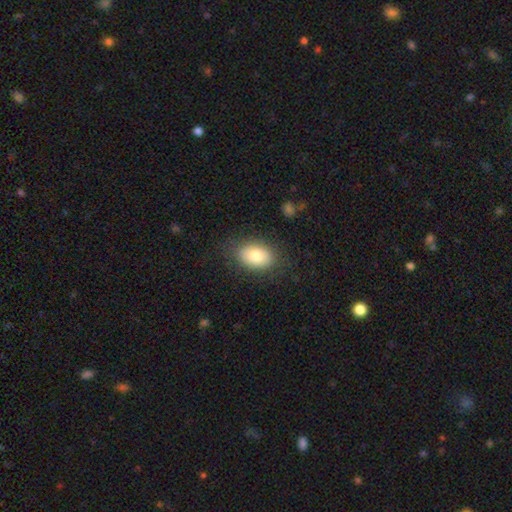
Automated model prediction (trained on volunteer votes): Smooth or featured? smooth (82%)
How rounded? in between (85%)
Merging? none (82%)